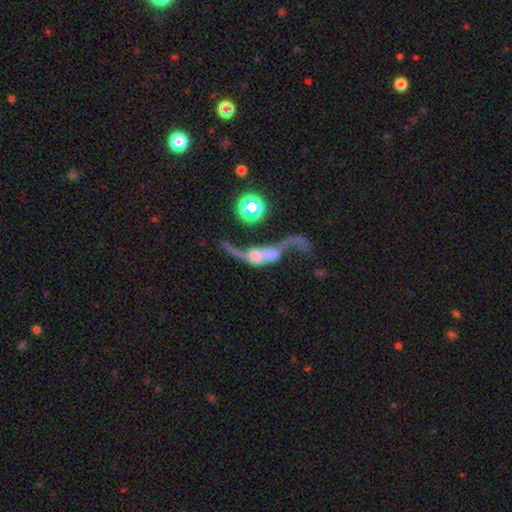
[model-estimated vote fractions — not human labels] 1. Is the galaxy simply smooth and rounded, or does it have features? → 66% featured or disk, 21% smooth, 13% star or artifact.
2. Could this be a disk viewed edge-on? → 84% no, 16% yes.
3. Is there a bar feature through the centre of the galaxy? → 65% no, 22% weak, 13% strong.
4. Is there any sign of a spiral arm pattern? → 62% yes, 38% no.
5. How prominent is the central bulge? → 43% none, 20% small, 20% moderate, 13% large, 5% dominant.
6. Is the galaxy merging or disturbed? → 48% merger, 29% major disturbance, 15% none, 8% minor disturbance.